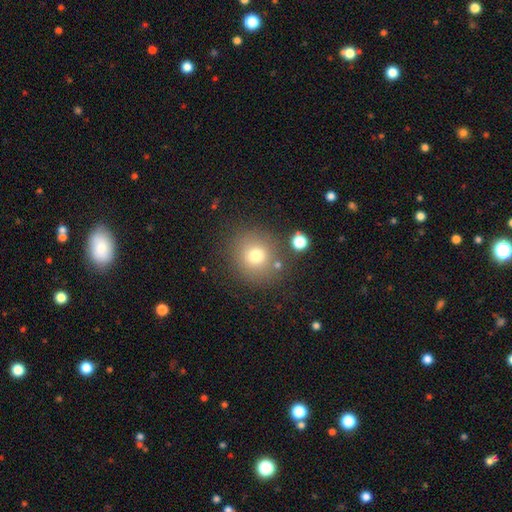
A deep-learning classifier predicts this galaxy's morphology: This is likely a smooth galaxy (74%). How rounded: clearly round (90%). Merging: likely none (79%).